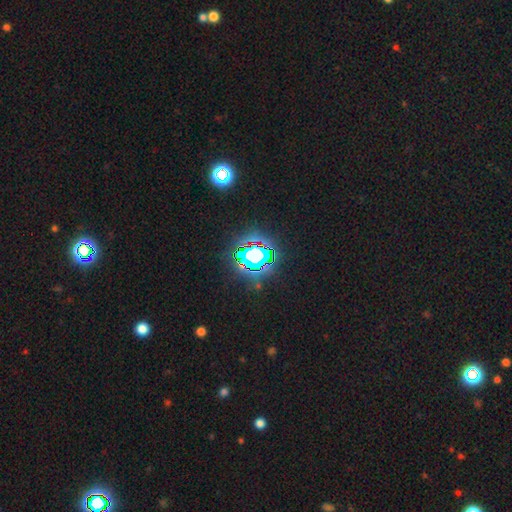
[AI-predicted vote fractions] The model was most divided on "smooth or featured": star or artifact: 67%, smooth: 18%, featured or disk: 14%.